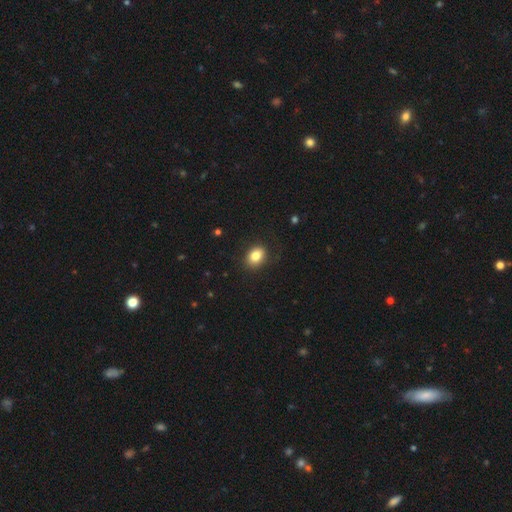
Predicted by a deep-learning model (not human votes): This is clearly a smooth galaxy (83%). How rounded: likely in between (68%). Merging: clearly none (85%).